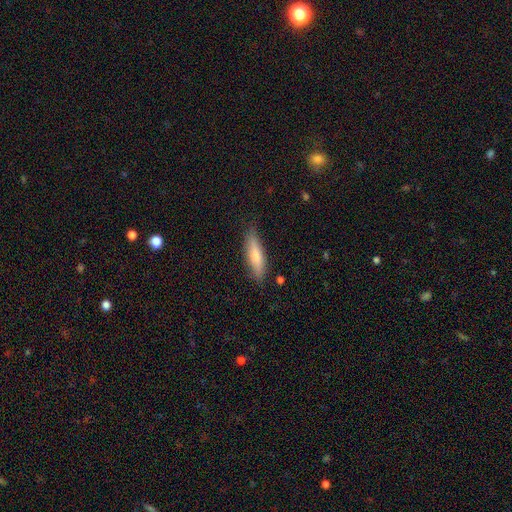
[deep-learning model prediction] This is likely a smooth galaxy (73%). How rounded: likely cigar-shaped (68%). Merging: clearly none (81%).